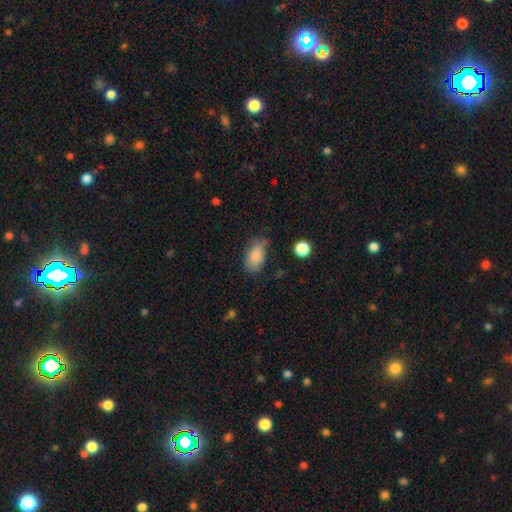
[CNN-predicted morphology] smooth-or-featured: smooth: 85% | star or artifact: 8% | featured or disk: 7%
  how-rounded: in between: 90% | round: 8% | cigar-shaped: 2%
  merging: none: 57% | minor disturbance: 31% | major disturbance: 8% | merger: 3%